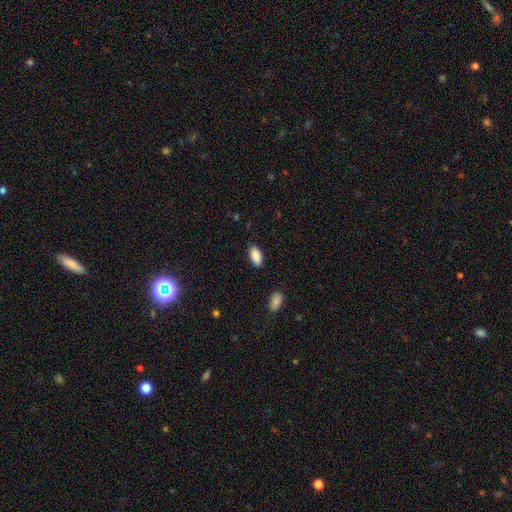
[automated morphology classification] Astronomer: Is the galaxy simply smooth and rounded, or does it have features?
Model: smooth — 89%.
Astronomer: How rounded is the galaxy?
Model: in between — 91%.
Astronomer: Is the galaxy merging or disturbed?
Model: none — 84%.